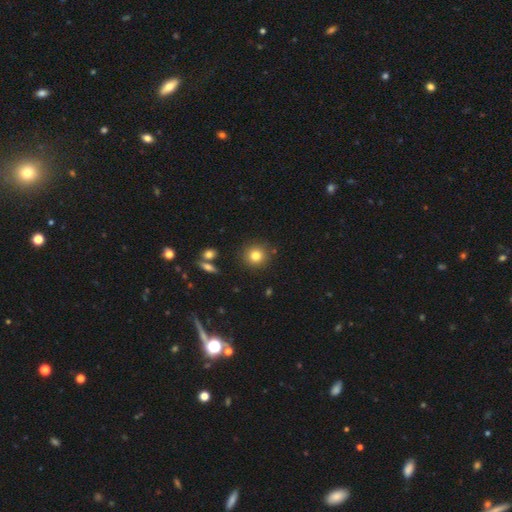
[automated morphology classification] Q: Smooth or featured?
A: smooth (80%); runner-up: star or artifact (12%)
Q: How rounded?
A: round (92%); runner-up: in between (7%)
Q: Merging?
A: none (87%); runner-up: minor disturbance (7%)